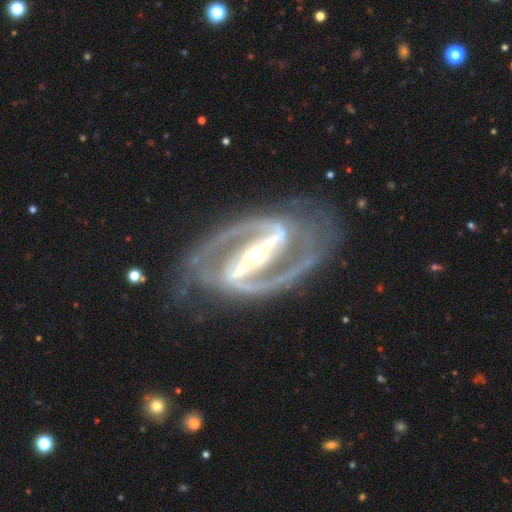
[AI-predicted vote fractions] Q: Smooth or featured?
A: featured or disk (94%); runner-up: star or artifact (4%)
Q: Edge-on disk?
A: no (96%); runner-up: yes (4%)
Q: Bar?
A: strong (87%); runner-up: weak (8%)
Q: Spiral arms?
A: yes (98%); runner-up: no (2%)
Q: Spiral winding?
A: medium (56%); runner-up: tight (34%)
Q: Spiral arm count?
A: 2 (94%); runner-up: can't tell (1%)
Q: Bulge size?
A: moderate (47%); tied with: small (47%)
Q: Merging?
A: none (76%); runner-up: minor disturbance (15%)